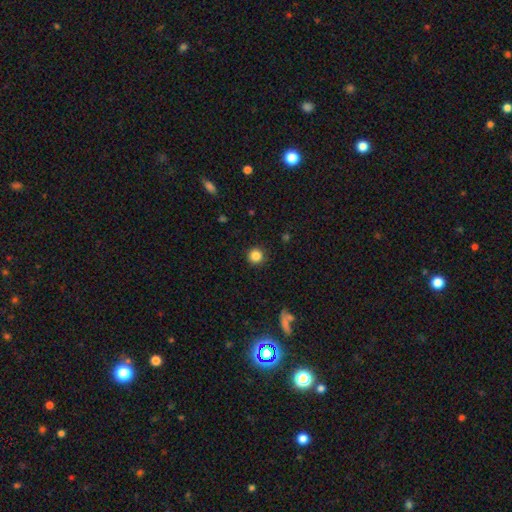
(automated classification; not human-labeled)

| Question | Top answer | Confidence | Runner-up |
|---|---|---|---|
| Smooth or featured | smooth | 85% | star or artifact (11%) |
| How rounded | round | 95% | in between (4%) |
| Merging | none | 91% | minor disturbance (6%) |